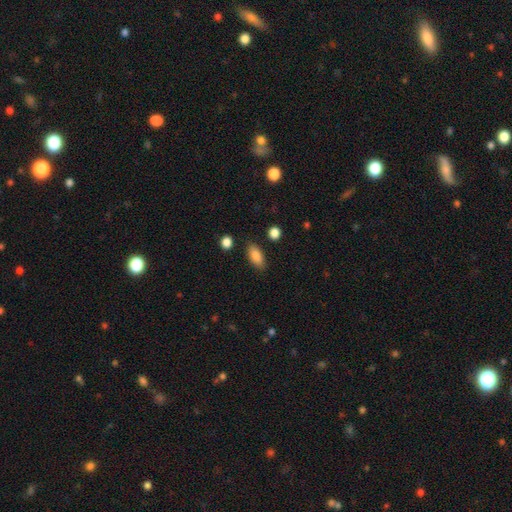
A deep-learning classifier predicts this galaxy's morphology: Smooth or featured? Predicted: smooth (p=0.86). How rounded? Predicted: in between (p=0.86). Merging? Predicted: none (p=0.85).